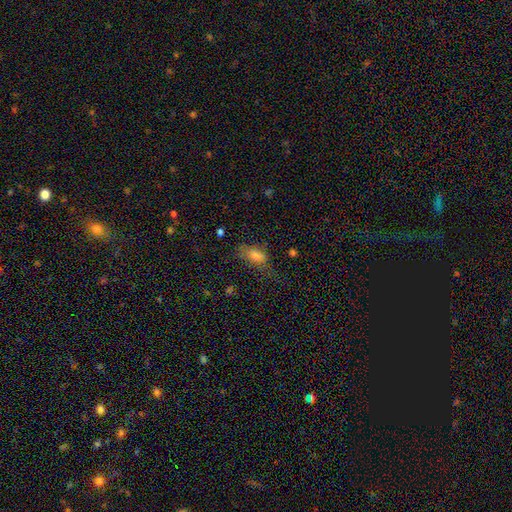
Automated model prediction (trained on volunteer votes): A smooth galaxy with no disk features (71%) that is in between round and cigar-shaped (83%).

Vote fractions:
- Smooth or featured? smooth: 71% / featured or disk: 17% / star or artifact: 12%
- How rounded? in between: 83% / cigar-shaped: 10% / round: 7%
- Merging? none: 46% / minor disturbance: 28% / major disturbance: 22% / merger: 3%